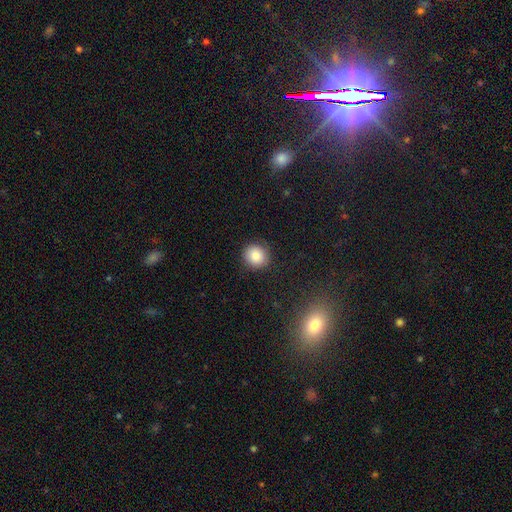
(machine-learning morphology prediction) Smooth or featured? smooth (85%)
How rounded? round (89%)
Merging? none (88%)